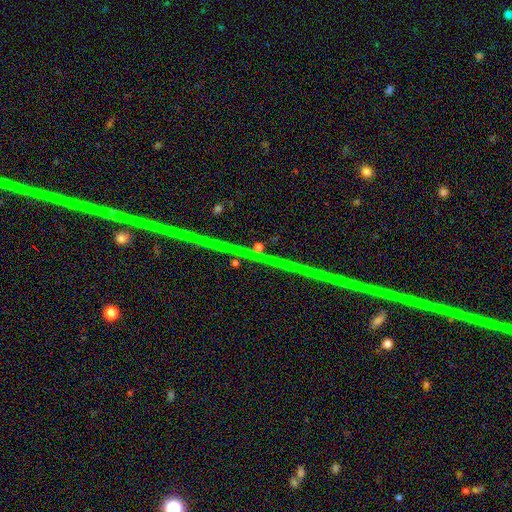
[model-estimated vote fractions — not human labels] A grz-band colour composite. It shows a star or artifact, not a galaxy (75%).